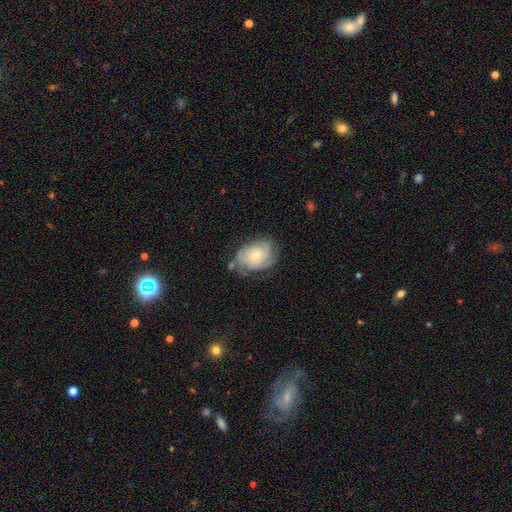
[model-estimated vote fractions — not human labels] Smooth or featured? Predicted: featured or disk (p=0.64). Edge-on disk? Predicted: no (p=0.96). Bar? Predicted: no (p=0.80). Spiral arms? Predicted: yes (p=0.83). Spiral winding? Predicted: tight (p=0.65). Spiral arm count? Predicted: can't tell (p=0.45). Bulge size? Predicted: small (p=0.52). Merging? Predicted: none (p=0.59).